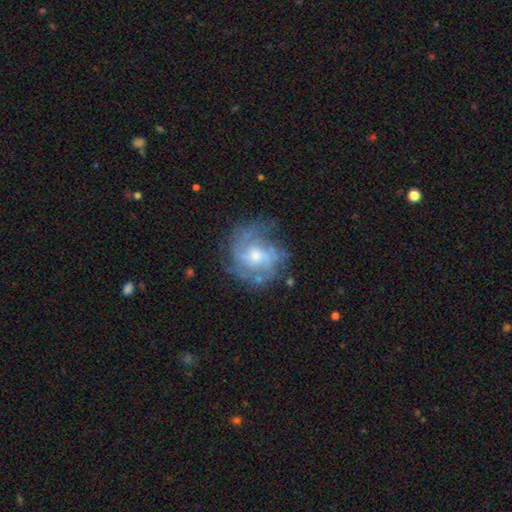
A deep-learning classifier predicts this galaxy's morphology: A featured or disk galaxy (77%) with no bar (61%), medium (43%) spiral arms (87%) and a moderate central bulge (55%).

Vote fractions:
- Smooth or featured? featured or disk: 77% / smooth: 15% / star or artifact: 8%
- Edge-on disk? no: 98% / yes: 2%
- Bar? no: 61% / weak: 33% / strong: 6%
- Spiral arms? yes: 87% / no: 13%
- Spiral winding? medium: 43% / tight: 40% / loose: 18%
- Spiral arm count? can't tell: 34% / 2: 26% / 3: 21% / 4: 9% / 1: 5% / more than 4: 5%
- Bulge size? moderate: 55% / small: 34% / large: 7% / none: 3% / dominant: 1%
- Merging? none: 64% / minor disturbance: 20% / major disturbance: 14% / merger: 2%